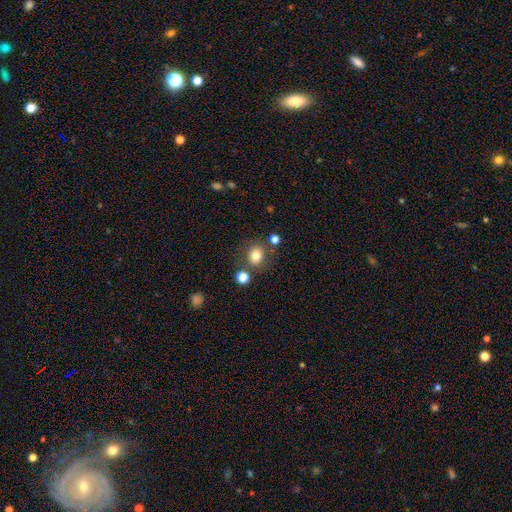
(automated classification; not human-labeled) Smooth or featured?
  - smooth: 78% *
  - star or artifact: 13%
  - featured or disk: 9%
How rounded?
  - round: 72% *
  - in between: 27%
  - cigar-shaped: 1%
Merging?
  - none: 76% *
  - minor disturbance: 11%
  - merger: 9%
  - major disturbance: 4%